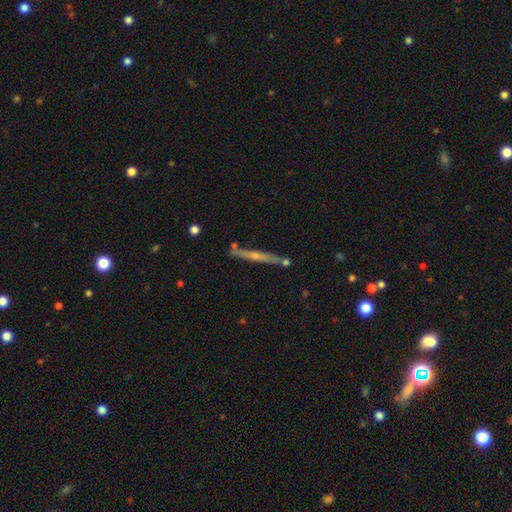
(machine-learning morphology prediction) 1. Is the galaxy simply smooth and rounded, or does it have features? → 57% featured or disk, 36% smooth, 7% star or artifact.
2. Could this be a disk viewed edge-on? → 94% yes, 6% no.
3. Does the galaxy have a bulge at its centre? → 49% rounded, 46% none, 5% boxy.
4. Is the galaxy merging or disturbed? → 78% none, 12% minor disturbance, 7% merger, 3% major disturbance.